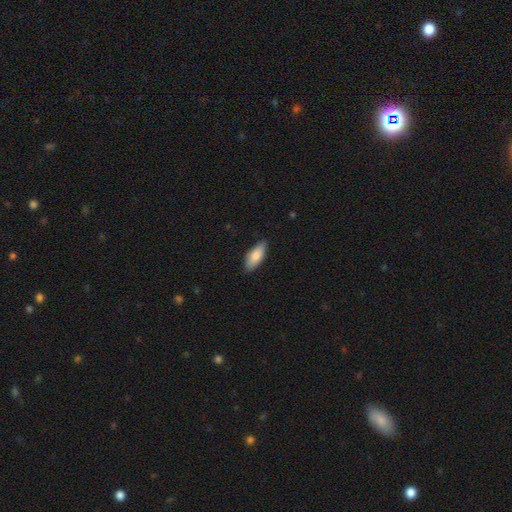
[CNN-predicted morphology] A smooth galaxy with no disk features (84%) that is in between round and cigar-shaped (77%).

Vote fractions:
- Smooth or featured? smooth: 84% / featured or disk: 11% / star or artifact: 6%
- How rounded? in between: 77% / cigar-shaped: 21% / round: 2%
- Merging? none: 86% / minor disturbance: 11% / major disturbance: 2% / merger: 1%